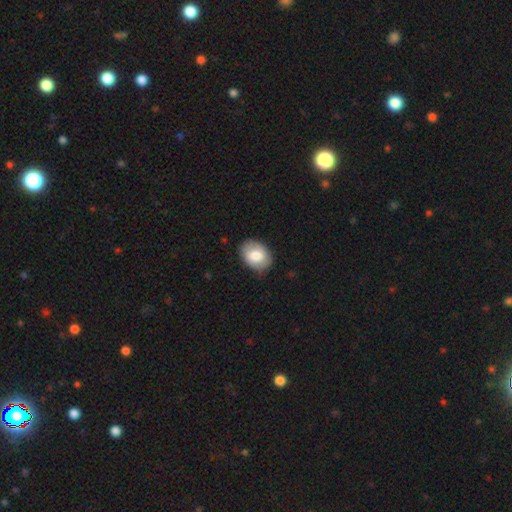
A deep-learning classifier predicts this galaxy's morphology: Smooth or featured? smooth (76%)
How rounded? in between (73%)
Merging? none (80%)